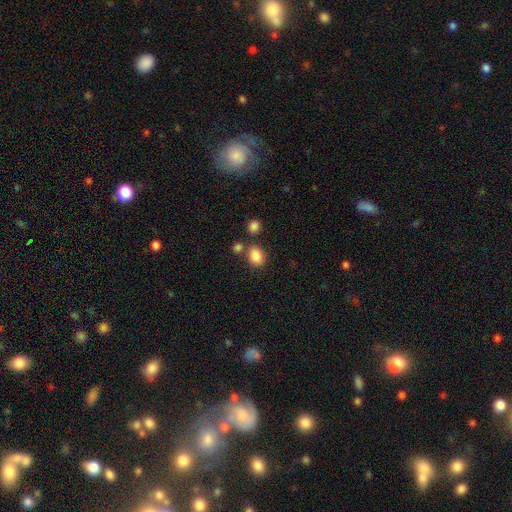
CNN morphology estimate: Smooth or featured? Predicted: smooth (p=0.86). How rounded? Predicted: in between (p=0.56). Merging? Predicted: none (p=0.67).